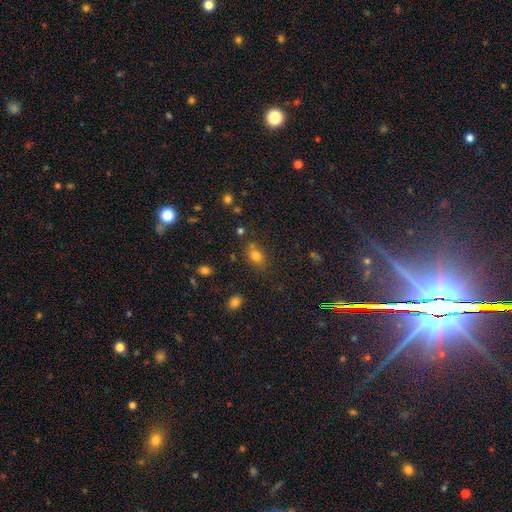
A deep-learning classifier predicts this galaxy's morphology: Smooth or featured?
  - smooth: 76% *
  - star or artifact: 16%
  - featured or disk: 8%
How rounded?
  - in between: 57% *
  - round: 42%
  - cigar-shaped: 2%
Merging?
  - none: 65% *
  - minor disturbance: 17%
  - merger: 12%
  - major disturbance: 5%